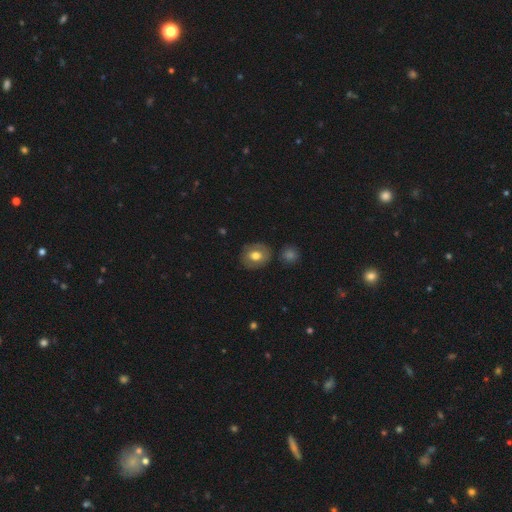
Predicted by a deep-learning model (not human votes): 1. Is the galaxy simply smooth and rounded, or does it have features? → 63% smooth, 29% featured or disk, 8% star or artifact.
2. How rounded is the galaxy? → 60% round, 39% in between, 1% cigar-shaped.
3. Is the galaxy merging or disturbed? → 81% none, 12% minor disturbance, 3% major disturbance, 3% merger.